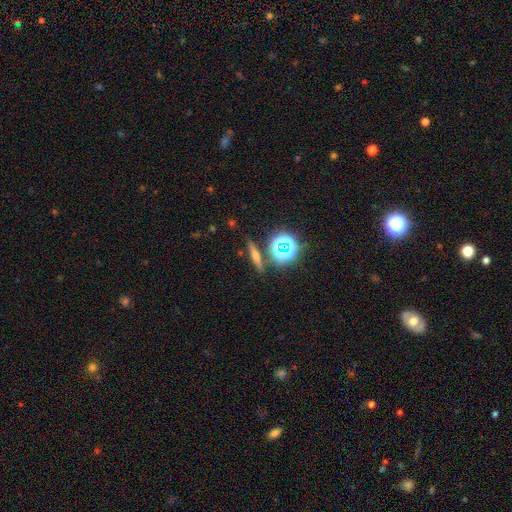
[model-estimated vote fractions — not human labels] Smooth or featured? featured or disk (42%)
Merging? none (85%)